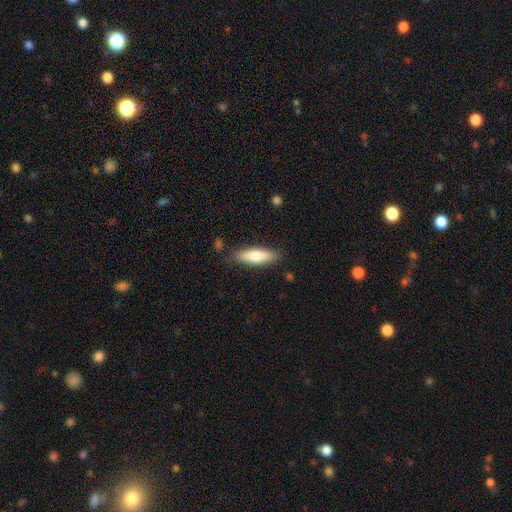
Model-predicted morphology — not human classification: Smooth or featured?
  - smooth: 72% *
  - featured or disk: 22%
  - star or artifact: 6%
How rounded?
  - cigar-shaped: 56% *
  - in between: 43%
  - round: 2%
Merging?
  - none: 84% *
  - minor disturbance: 12%
  - major disturbance: 2%
  - merger: 2%